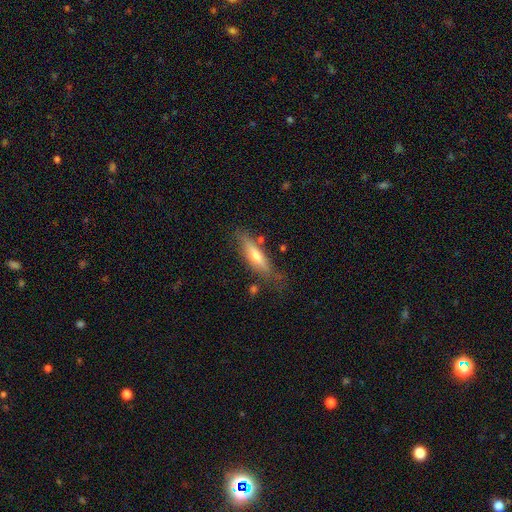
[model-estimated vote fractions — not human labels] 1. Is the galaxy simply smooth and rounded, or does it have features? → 47% featured or disk, 46% smooth, 7% star or artifact.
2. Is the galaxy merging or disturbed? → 71% none, 19% minor disturbance, 5% major disturbance, 4% merger.